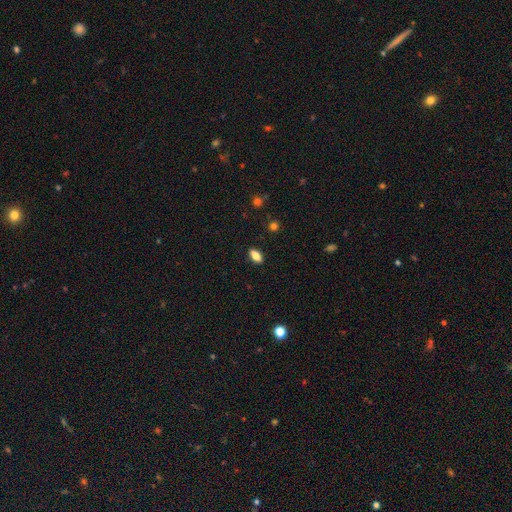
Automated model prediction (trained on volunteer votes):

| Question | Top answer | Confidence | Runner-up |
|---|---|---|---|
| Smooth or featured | smooth | 81% | featured or disk (10%) |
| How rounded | in between | 85% | cigar-shaped (11%) |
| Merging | none | 89% | minor disturbance (8%) |